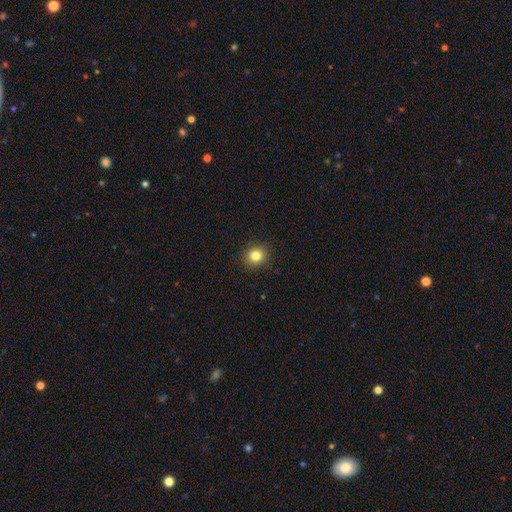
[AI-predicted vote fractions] Smooth or featured?
  - smooth: 83% *
  - star or artifact: 11%
  - featured or disk: 5%
How rounded?
  - round: 80% *
  - in between: 19%
  - cigar-shaped: 1%
Merging?
  - none: 90% *
  - minor disturbance: 7%
  - major disturbance: 2%
  - merger: 1%